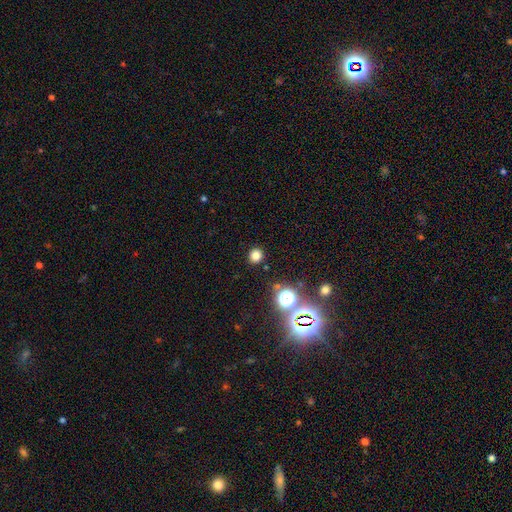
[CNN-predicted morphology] Smooth or featured: smooth — 77% (star or artifact — 18%)
How rounded: round — 89% (in between — 10%)
Merging: none — 90% (minor disturbance — 6%)